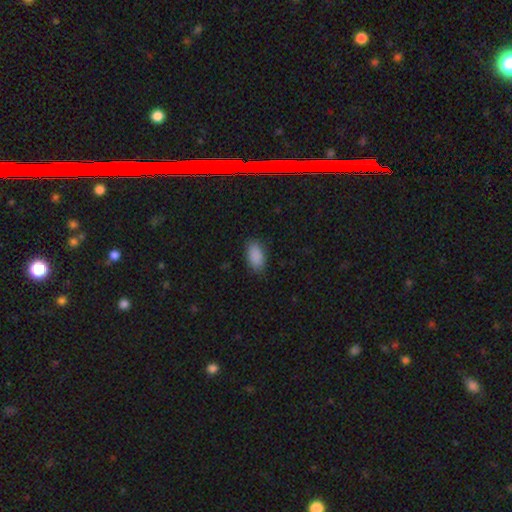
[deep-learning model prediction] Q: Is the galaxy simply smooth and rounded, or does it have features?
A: smooth — 89%.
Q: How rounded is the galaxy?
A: in between — 93%.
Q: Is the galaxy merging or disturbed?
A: none — 84%.